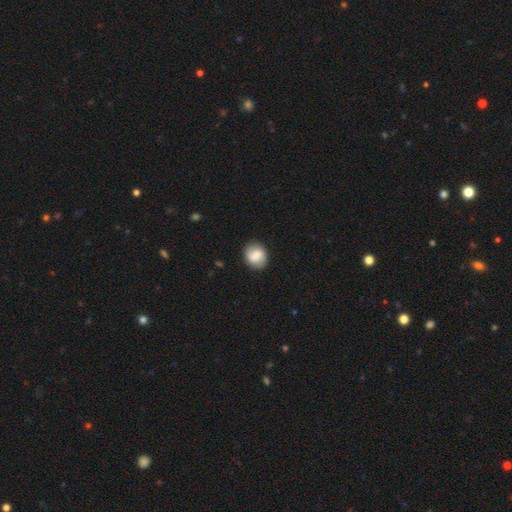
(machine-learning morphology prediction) Overall: smooth (74%). How rounded: round (66%; in between 33%). Merging: none (85%).